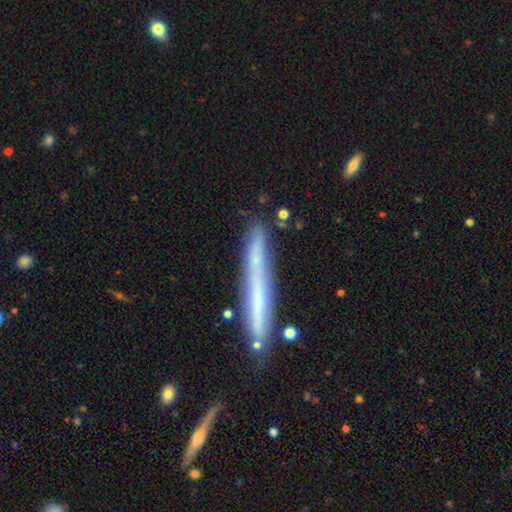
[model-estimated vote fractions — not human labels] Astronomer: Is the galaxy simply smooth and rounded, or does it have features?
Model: smooth — 52% (runner-up: featured or disk, 40%).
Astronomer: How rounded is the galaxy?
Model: cigar-shaped — 91%.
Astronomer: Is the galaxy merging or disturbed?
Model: none — 74%.